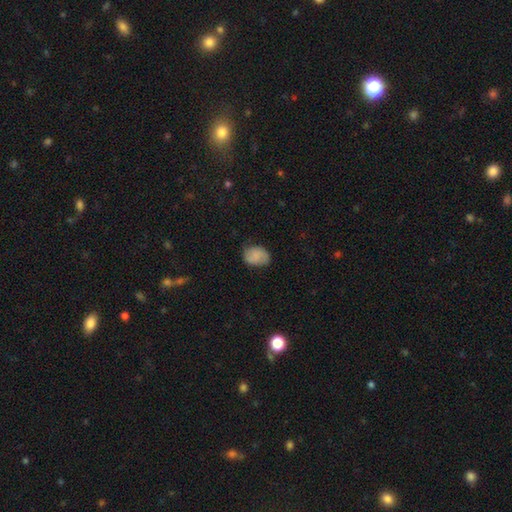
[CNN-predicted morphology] Q: Smooth or featured?
A: smooth (74%); runner-up: featured or disk (17%)
Q: How rounded?
A: in between (63%); runner-up: round (36%)
Q: Merging?
A: none (68%); runner-up: minor disturbance (25%)